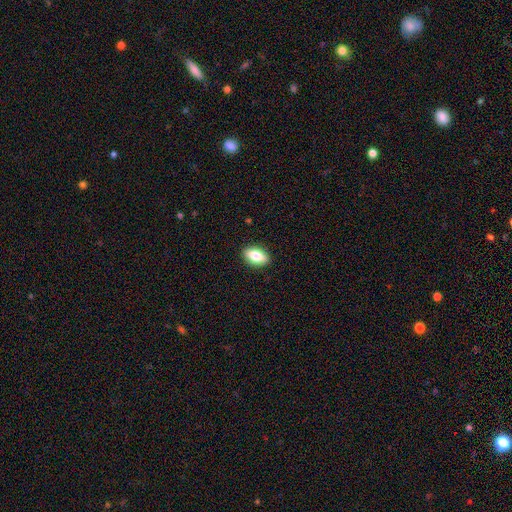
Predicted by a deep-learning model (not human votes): A smooth galaxy with no disk features (73%) that is in between round and cigar-shaped (87%). Merging: none (89%).